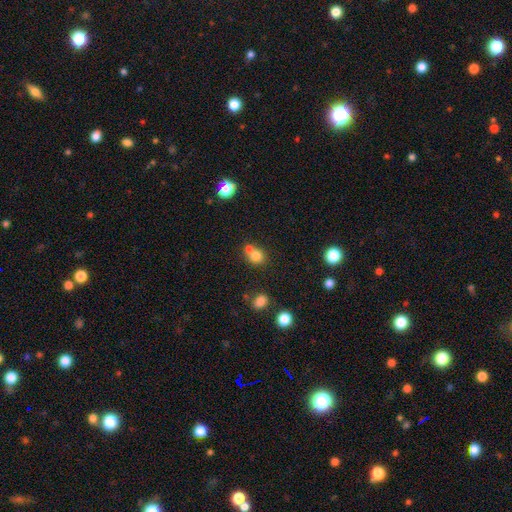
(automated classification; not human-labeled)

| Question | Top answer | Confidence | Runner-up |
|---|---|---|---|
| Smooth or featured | smooth | 77% | star or artifact (13%) |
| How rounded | round | 79% | in between (20%) |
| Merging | merger | 45% | tied: none (45%) |